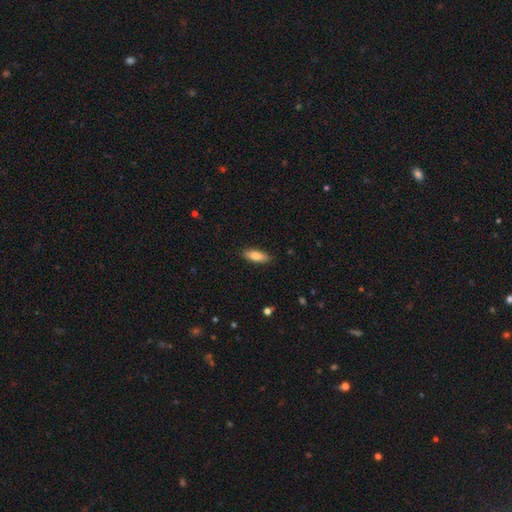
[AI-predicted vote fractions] This appears to be a smooth galaxy with no disk features (80%) that is in between round and cigar-shaped (66%). Merging: none (87%).